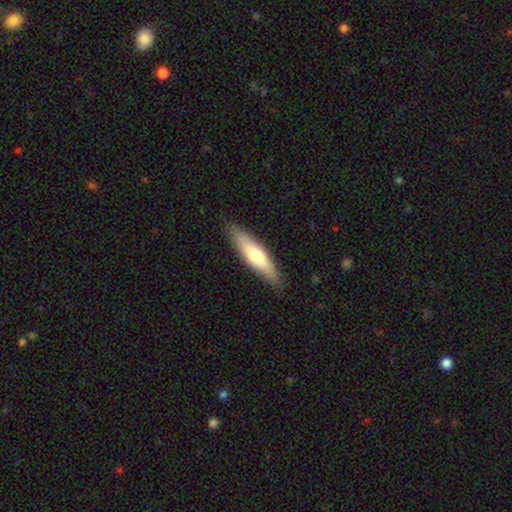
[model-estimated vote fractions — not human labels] Overall: smooth (62%; featured or disk 33%). How rounded: cigar-shaped (74%). Merging: none (86%).